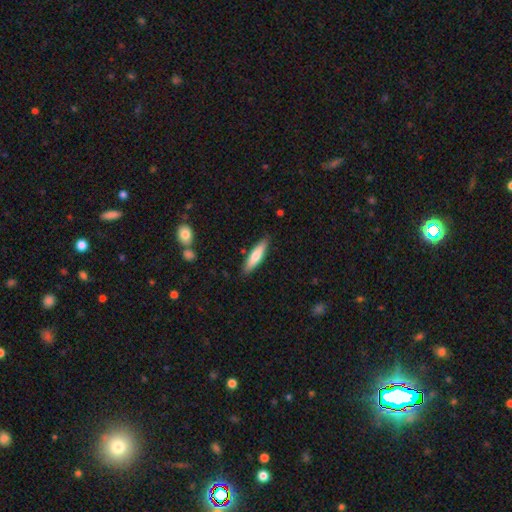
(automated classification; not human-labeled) smooth_or_featured: smooth (p=0.73) [alt: featured or disk p=0.22]
how_rounded: cigar-shaped (p=0.75) [alt: in between p=0.24]
merging: none (p=0.86) [alt: minor disturbance p=0.10]